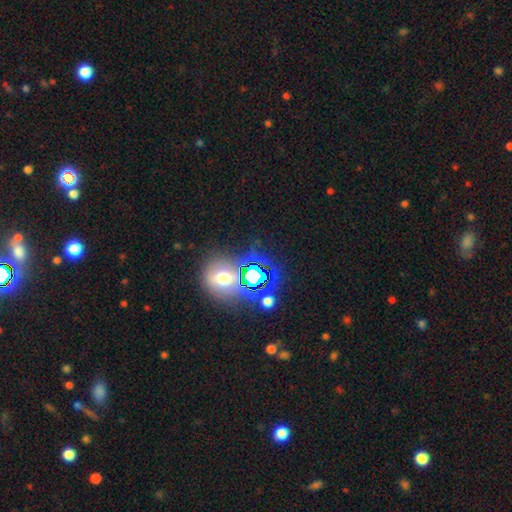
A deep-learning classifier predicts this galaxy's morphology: The model was most divided on "smooth or featured": star or artifact: 59%, smooth: 31%, featured or disk: 9%.